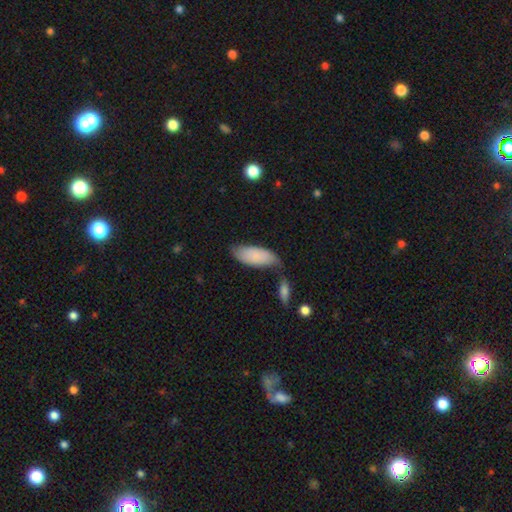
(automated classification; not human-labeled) Smooth or featured?
  - smooth: 79% *
  - featured or disk: 15%
  - star or artifact: 6%
How rounded?
  - in between: 84% *
  - cigar-shaped: 14%
  - round: 2%
Merging?
  - none: 51% *
  - minor disturbance: 27%
  - merger: 14%
  - major disturbance: 8%